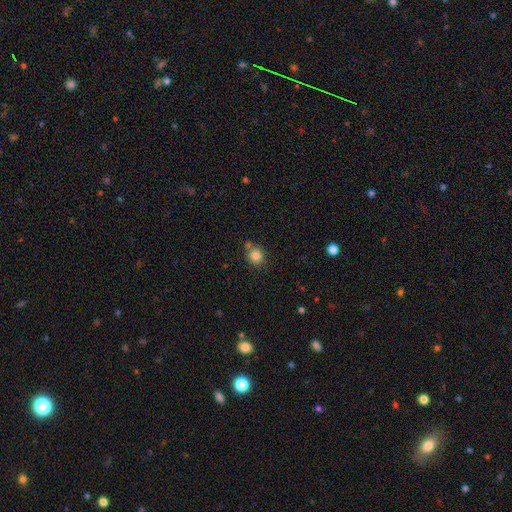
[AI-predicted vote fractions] Smooth or featured? smooth (83%)
How rounded? round (84%)
Merging? none (72%)